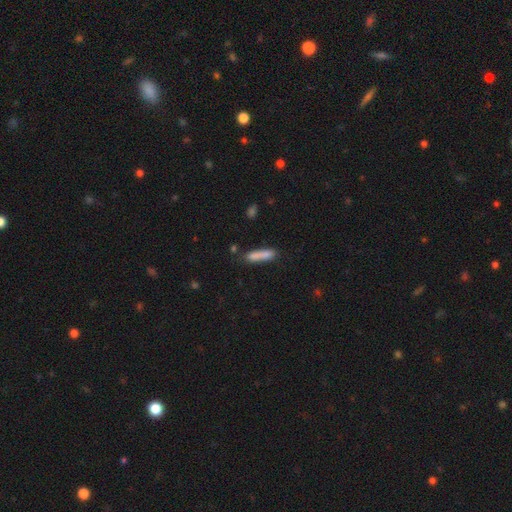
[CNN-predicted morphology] Smooth or featured? Predicted: smooth (p=0.82). How rounded? Predicted: cigar-shaped (p=0.84). Merging? Predicted: none (p=0.70).